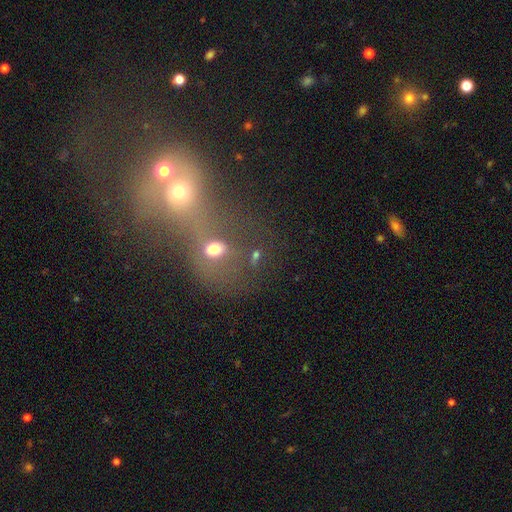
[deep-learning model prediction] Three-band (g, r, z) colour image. It shows a smooth galaxy with no disk features (50%) that is round (58%). Merging: merger (62%).